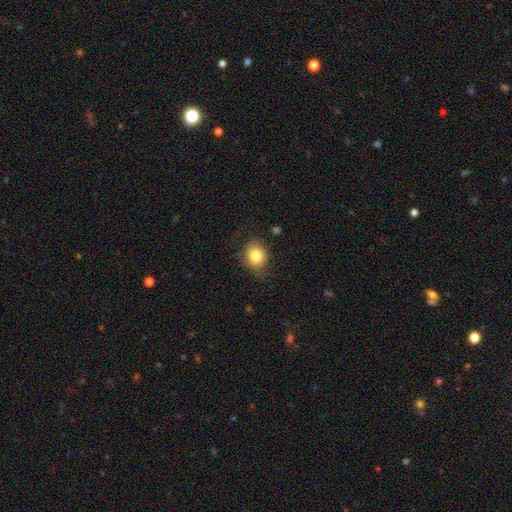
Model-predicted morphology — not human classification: Smooth or featured: smooth — 82% (star or artifact — 10%)
How rounded: round — 63% (in between — 36%)
Merging: none — 75% (minor disturbance — 19%)